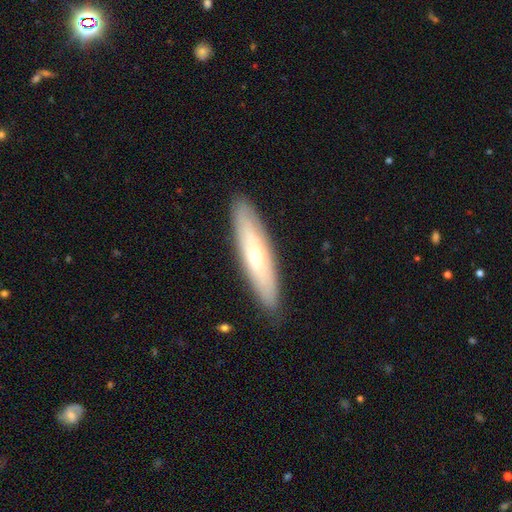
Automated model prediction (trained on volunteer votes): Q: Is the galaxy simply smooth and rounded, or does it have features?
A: smooth — 48%.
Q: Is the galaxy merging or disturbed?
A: none — 88%.